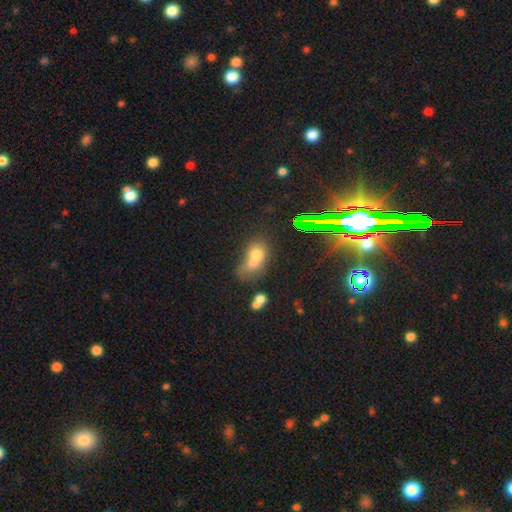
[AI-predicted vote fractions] A smooth galaxy with no disk features (60%) that is in between round and cigar-shaped (59%). Merging: merger (64%).